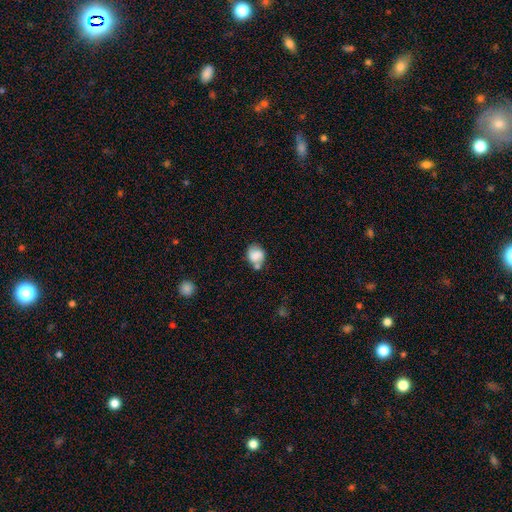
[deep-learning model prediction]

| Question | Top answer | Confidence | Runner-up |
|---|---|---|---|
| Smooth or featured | smooth | 75% | featured or disk (16%) |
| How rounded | round | 59% | in between (40%) |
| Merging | none | 43% | merger (27%) |